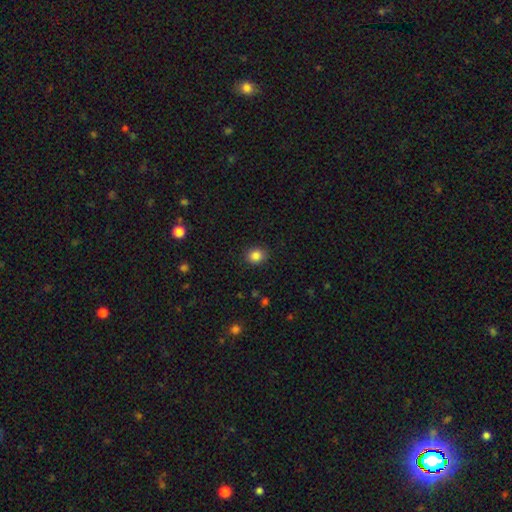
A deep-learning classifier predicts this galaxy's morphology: A smooth galaxy with no disk features (86%) that is round (72%).

Vote fractions:
- Smooth or featured? smooth: 86% / star or artifact: 10% / featured or disk: 4%
- How rounded? round: 72% / in between: 27% / cigar-shaped: 1%
- Merging? none: 89% / minor disturbance: 7% / major disturbance: 2% / merger: 1%